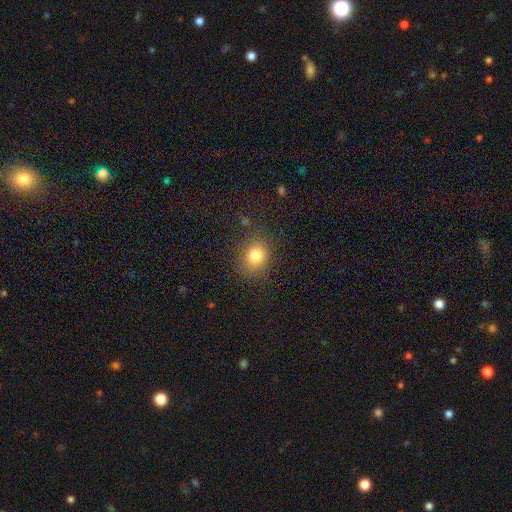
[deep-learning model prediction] A smooth galaxy with no disk features (81%) that is round (64%). Merging: none (83%).